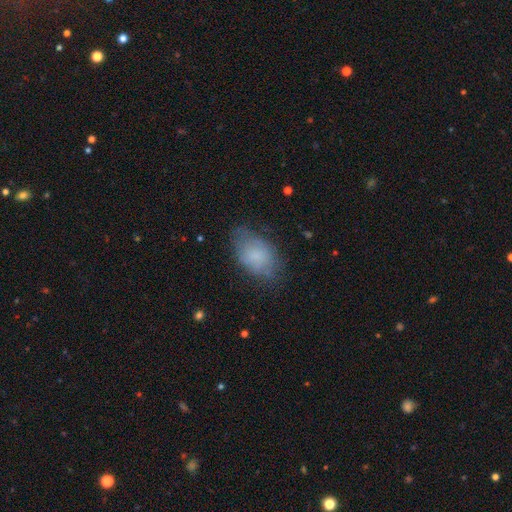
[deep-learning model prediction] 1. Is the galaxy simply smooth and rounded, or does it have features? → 74% smooth, 17% featured or disk, 10% star or artifact.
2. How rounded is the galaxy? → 87% in between, 12% round, 2% cigar-shaped.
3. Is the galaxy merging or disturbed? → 67% none, 24% minor disturbance, 8% major disturbance, 1% merger.